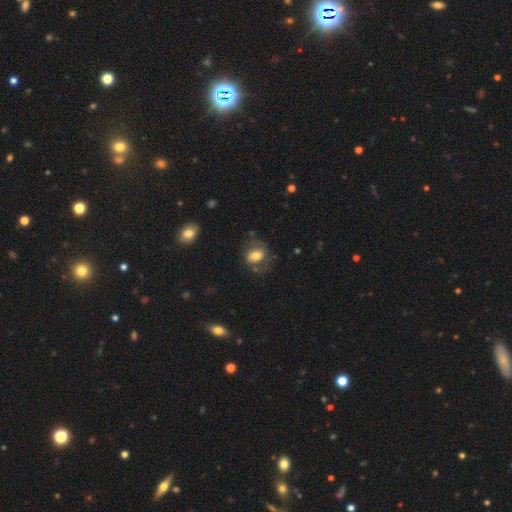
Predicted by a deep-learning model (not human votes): Smooth or featured?
  - smooth: 69% *
  - featured or disk: 23%
  - star or artifact: 8%
How rounded?
  - in between: 59% *
  - round: 40%
  - cigar-shaped: 1%
Merging?
  - none: 57% *
  - minor disturbance: 23%
  - major disturbance: 16%
  - merger: 4%